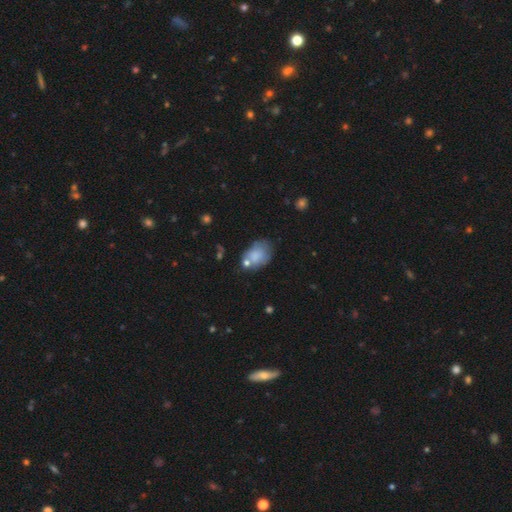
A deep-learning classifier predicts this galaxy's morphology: Smooth or featured: smooth — 74% (featured or disk — 17%)
How rounded: in between — 81% (round — 18%)
Merging: none — 48% (minor disturbance — 25%)